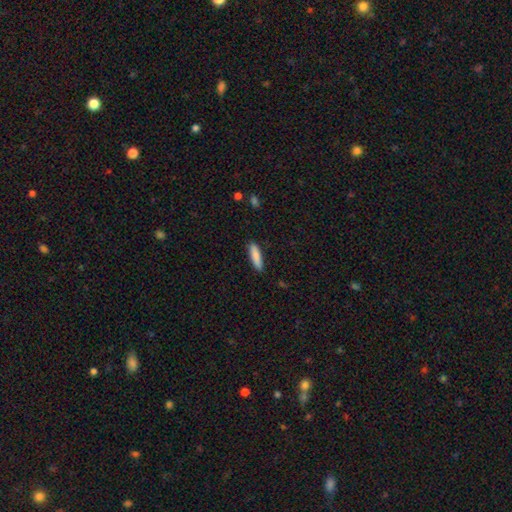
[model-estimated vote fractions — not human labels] This is clearly a smooth galaxy (86%). How rounded: likely cigar-shaped (71%). Merging: clearly none (87%).